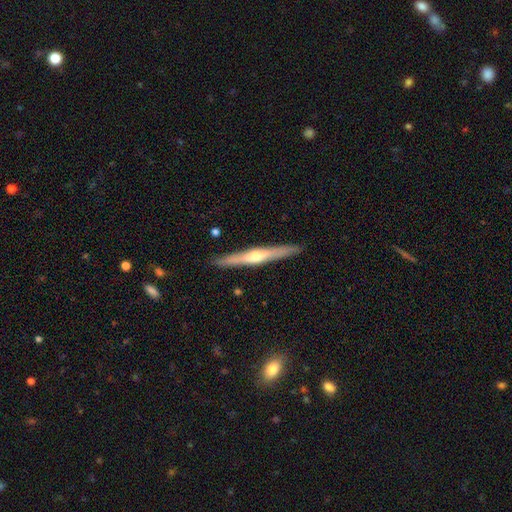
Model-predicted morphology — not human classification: smooth_or_featured: featured or disk (p=0.67) [alt: smooth p=0.27]
disk_edge_on: yes (p=0.97) [alt: no p=0.03]
edge_on_bulge: rounded (p=0.83) [alt: none p=0.12]
merging: none (p=0.91) [alt: minor disturbance p=0.07]